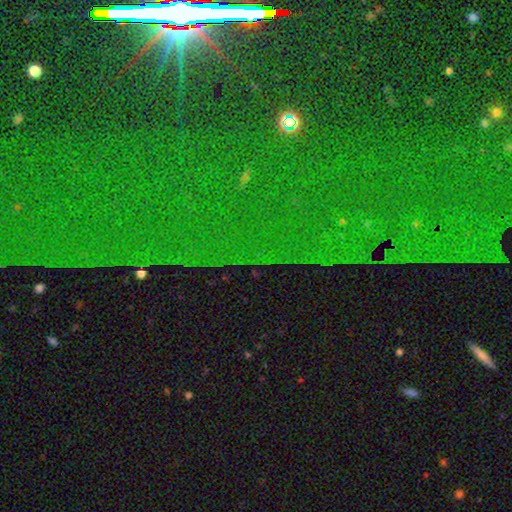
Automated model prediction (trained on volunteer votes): This is clearly a star or artifact rather than a galaxy (86%).